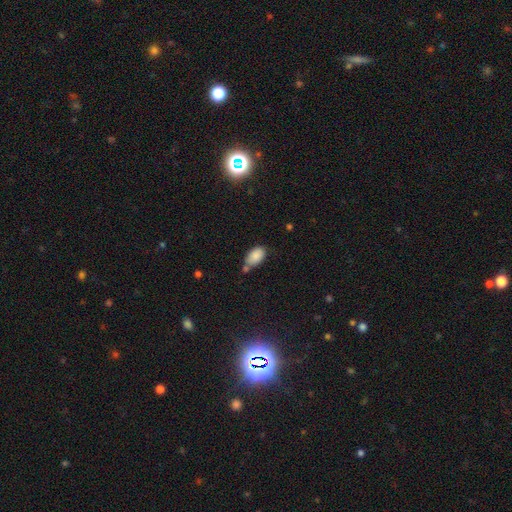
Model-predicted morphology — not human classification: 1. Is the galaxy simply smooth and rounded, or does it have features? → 85% smooth, 8% star or artifact, 6% featured or disk.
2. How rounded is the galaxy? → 92% in between, 6% round, 2% cigar-shaped.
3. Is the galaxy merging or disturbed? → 51% none, 23% minor disturbance, 20% merger, 6% major disturbance.